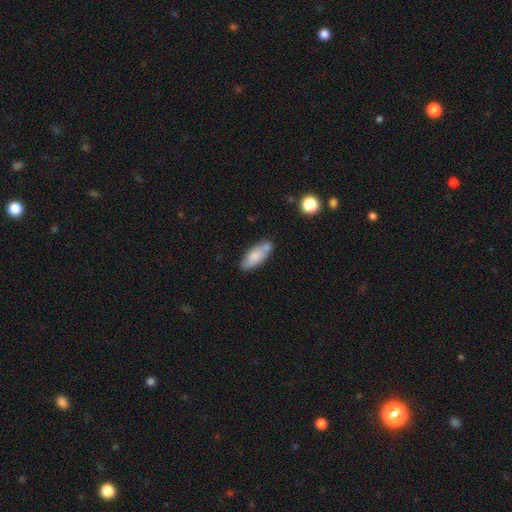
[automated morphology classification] Smooth or featured?
  - smooth: 75% *
  - featured or disk: 18%
  - star or artifact: 6%
How rounded?
  - in between: 71% *
  - cigar-shaped: 27%
  - round: 2%
Merging?
  - none: 67% *
  - minor disturbance: 18%
  - merger: 11%
  - major disturbance: 4%